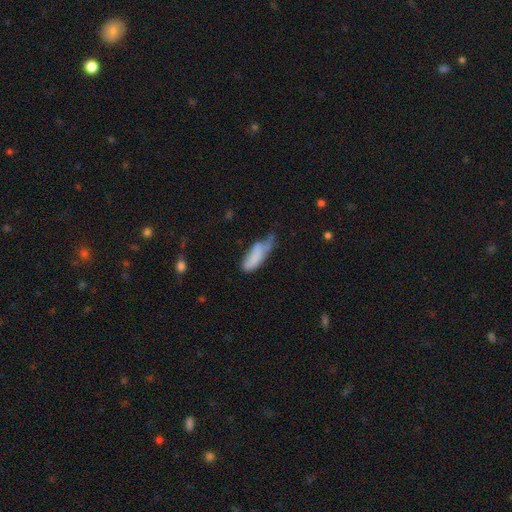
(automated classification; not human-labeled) Smooth or featured? Predicted: smooth (p=0.74). How rounded? Predicted: in between (p=0.60). Merging? Predicted: minor disturbance (p=0.40).